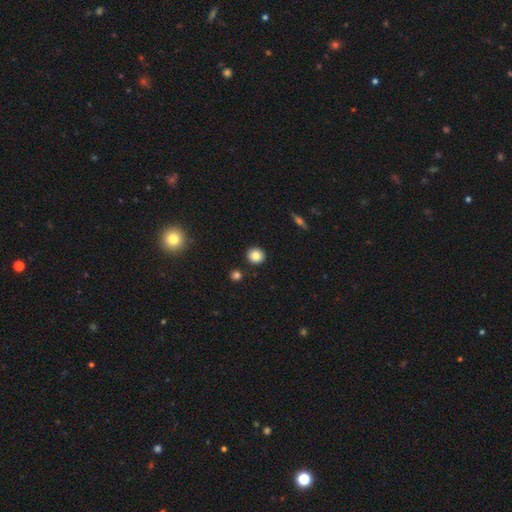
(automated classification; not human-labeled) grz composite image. It shows a smooth galaxy with no disk features (82%) that is round (89%). Merging: none (90%).